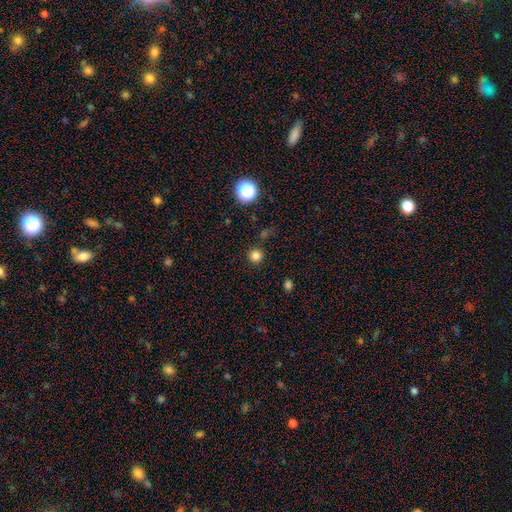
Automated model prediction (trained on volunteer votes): smooth-or-featured: smooth: 80% | star or artifact: 16% | featured or disk: 4%
  how-rounded: round: 96% | in between: 4% | cigar-shaped: 1%
  merging: none: 89% | minor disturbance: 6% | merger: 2% | major disturbance: 2%